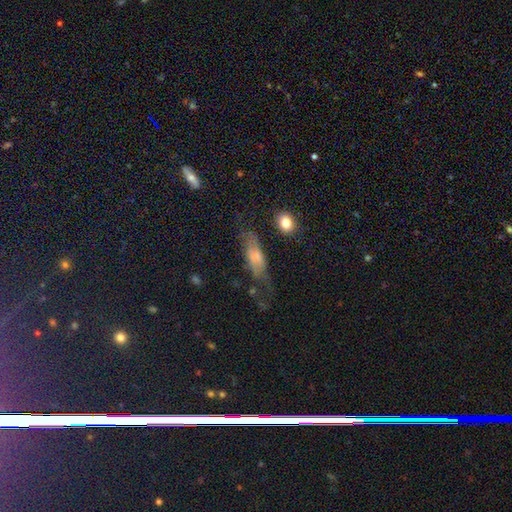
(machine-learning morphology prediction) Smooth or featured? smooth (47%)
Merging? none (54%)